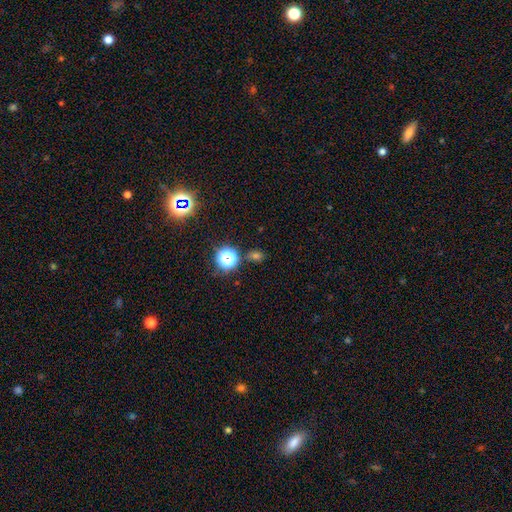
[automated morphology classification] smooth-or-featured: smooth: 53% | star or artifact: 40% | featured or disk: 7%
  how-rounded: round: 63% | in between: 35% | cigar-shaped: 2%
  merging: none: 80% | minor disturbance: 11% | merger: 6% | major disturbance: 4%